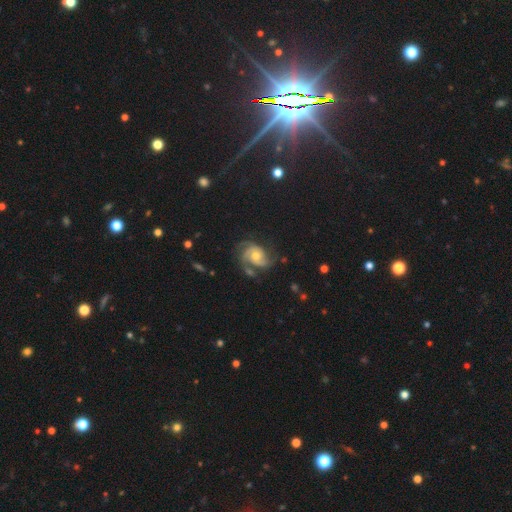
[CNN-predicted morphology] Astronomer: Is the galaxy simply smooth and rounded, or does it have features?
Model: featured or disk — 86%.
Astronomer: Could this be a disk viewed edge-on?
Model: no — 98%.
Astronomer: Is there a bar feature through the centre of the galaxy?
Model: no — 72%.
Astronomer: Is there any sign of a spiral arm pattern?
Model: yes — 97%.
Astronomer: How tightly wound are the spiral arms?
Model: tight — 45% (runner-up: medium, 44%).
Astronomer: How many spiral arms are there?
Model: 3 — 42% (runner-up: 2, 30%).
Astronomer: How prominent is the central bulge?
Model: moderate — 62%.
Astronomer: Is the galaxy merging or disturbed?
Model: none — 60%.